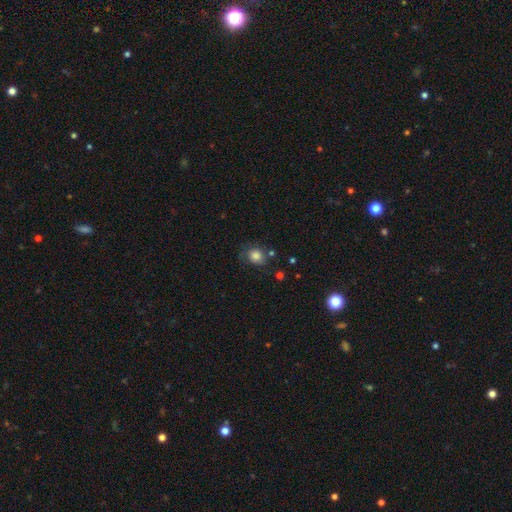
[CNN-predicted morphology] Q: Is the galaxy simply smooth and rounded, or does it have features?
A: smooth — 82%.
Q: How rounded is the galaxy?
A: round — 71%.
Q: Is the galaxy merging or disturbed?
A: none — 67%.